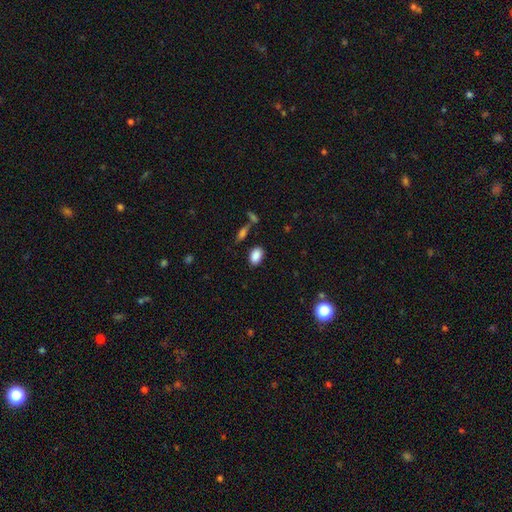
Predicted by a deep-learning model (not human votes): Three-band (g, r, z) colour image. It shows a smooth galaxy with no disk features (88%) that is in between round and cigar-shaped (87%). Merging: none (83%).